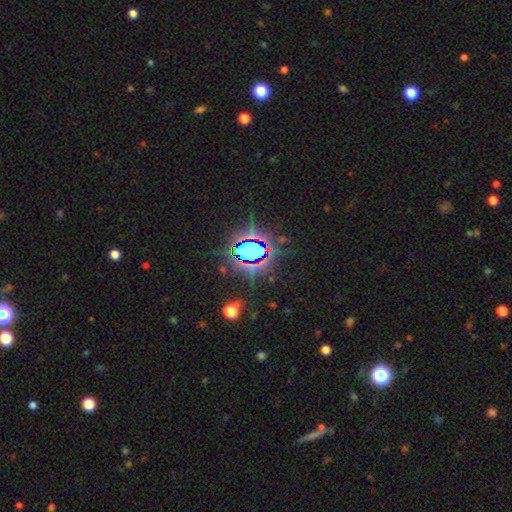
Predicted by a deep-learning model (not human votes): This appears to be a star or artifact, not a galaxy (76%).